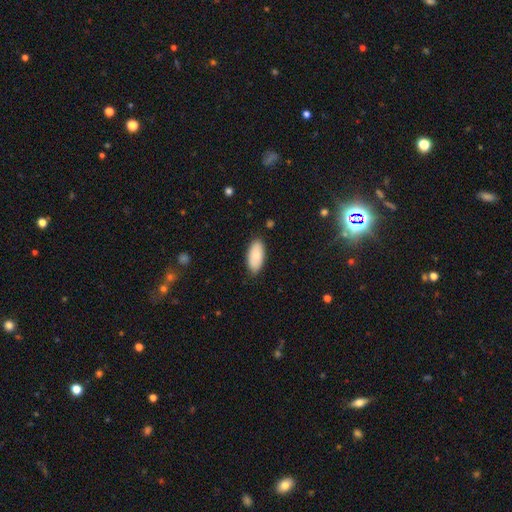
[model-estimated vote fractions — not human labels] This appears to be a smooth galaxy with no disk features (85%) that is in between round and cigar-shaped (92%). Merging: none (84%).